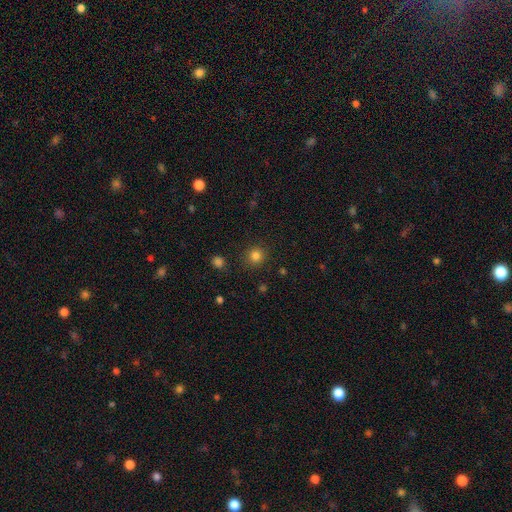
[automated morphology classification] A smooth galaxy with no disk features (82%) that is round (91%).

Vote fractions:
- Smooth or featured? smooth: 82% / star or artifact: 13% / featured or disk: 5%
- How rounded? round: 91% / in between: 8% / cigar-shaped: 1%
- Merging? none: 89% / minor disturbance: 7% / major disturbance: 3% / merger: 2%